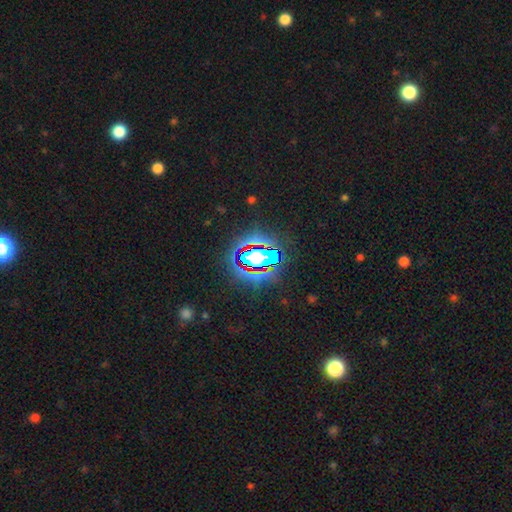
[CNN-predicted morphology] Q: Smooth or featured?
A: star or artifact (66%); runner-up: smooth (20%)